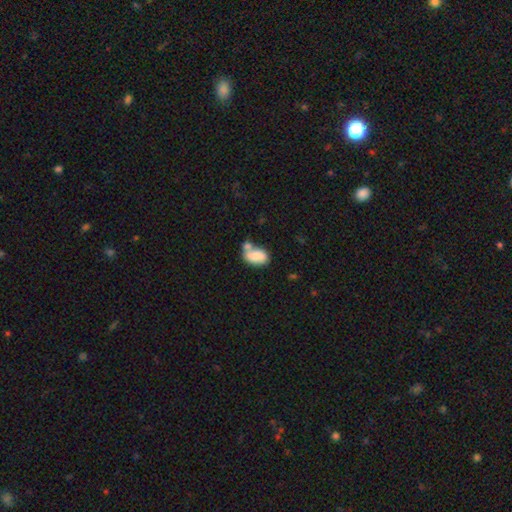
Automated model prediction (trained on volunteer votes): smooth-or-featured: smooth: 74% | featured or disk: 18% | star or artifact: 8%
  how-rounded: in between: 89% | round: 9% | cigar-shaped: 2%
  merging: merger: 44% | none: 32% | minor disturbance: 17% | major disturbance: 8%